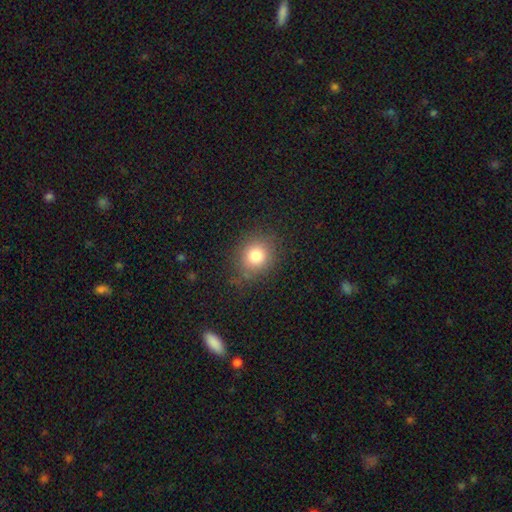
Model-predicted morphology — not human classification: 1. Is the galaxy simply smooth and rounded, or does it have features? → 79% smooth, 13% star or artifact, 8% featured or disk.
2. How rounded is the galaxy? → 75% round, 24% in between, 1% cigar-shaped.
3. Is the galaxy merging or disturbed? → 79% none, 15% minor disturbance, 5% major disturbance, 1% merger.